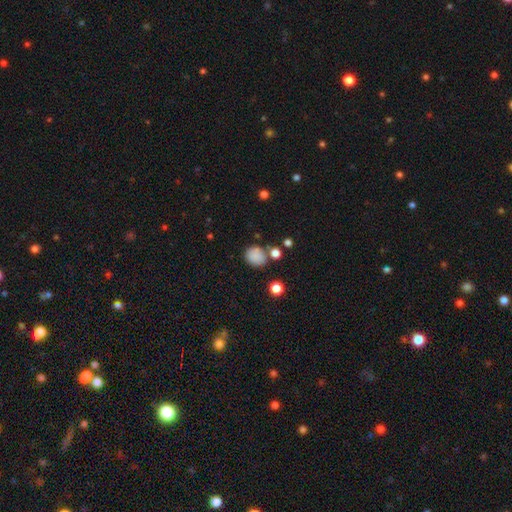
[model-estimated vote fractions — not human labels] A smooth galaxy with no disk features (83%) that is round (72%). Merging: none (69%).